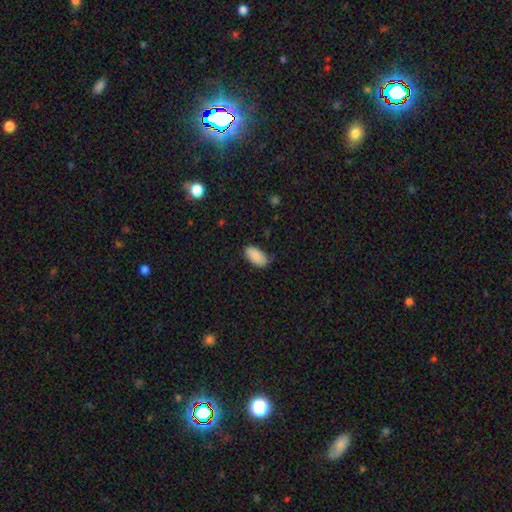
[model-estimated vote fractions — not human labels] smooth-or-featured: smooth: 88% | star or artifact: 7% | featured or disk: 5%
  how-rounded: in between: 95% | cigar-shaped: 3% | round: 2%
  merging: none: 68% | minor disturbance: 25% | major disturbance: 5% | merger: 2%